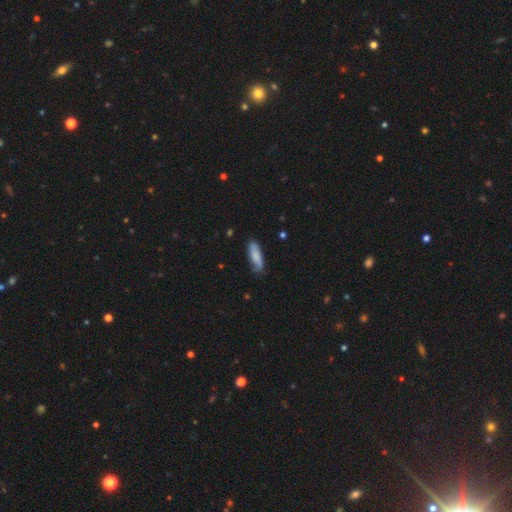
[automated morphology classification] A smooth galaxy with no disk features (71%) that is in between round and cigar-shaped (55%).

Vote fractions:
- Smooth or featured? smooth: 71% / featured or disk: 22% / star or artifact: 6%
- How rounded? in between: 55% / cigar-shaped: 43% / round: 2%
- Merging? none: 74% / minor disturbance: 20% / major disturbance: 4% / merger: 2%